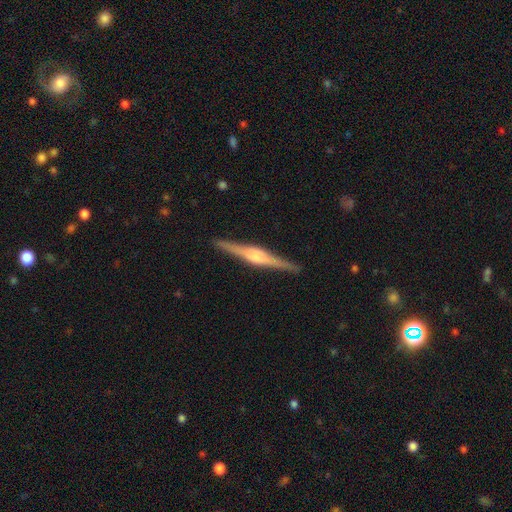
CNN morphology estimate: This is clearly a featured or disk galaxy (83%). It is clearly viewed edge-on (98%). Edge-on bulge: likely rounded (77%). Merging: clearly none (92%).